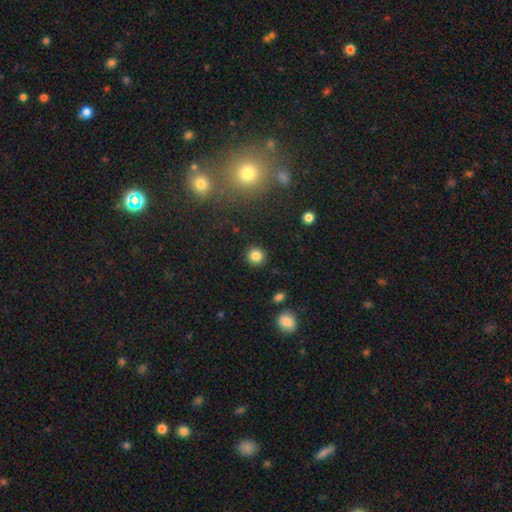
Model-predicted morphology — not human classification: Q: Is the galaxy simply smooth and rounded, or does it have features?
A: smooth — 84%.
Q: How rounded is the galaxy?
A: round — 91%.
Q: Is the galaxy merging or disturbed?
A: none — 90%.